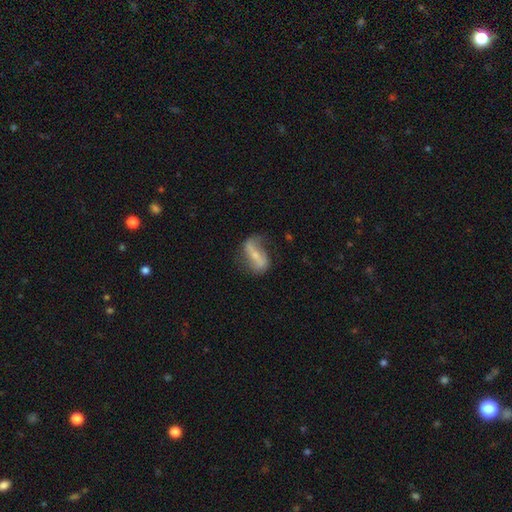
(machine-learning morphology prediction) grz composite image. It shows a featured or disk galaxy (66%) with a strong bar (58%), spiral arms (73%) and a small central bulge (61%). Merging: none (59%).